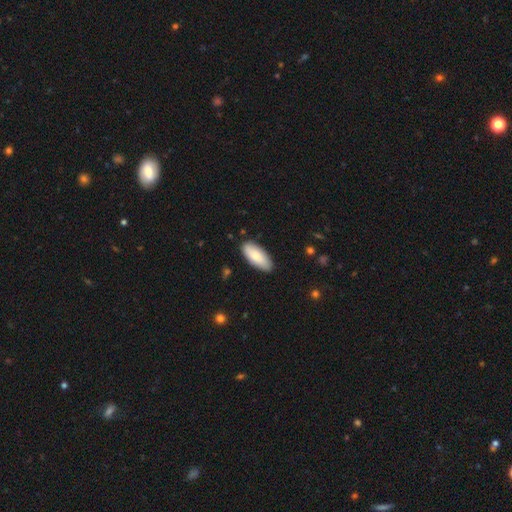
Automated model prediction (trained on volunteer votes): Smooth or featured?
  - smooth: 82% *
  - featured or disk: 13%
  - star or artifact: 5%
How rounded?
  - in between: 84% *
  - cigar-shaped: 14%
  - round: 2%
Merging?
  - none: 86% *
  - minor disturbance: 11%
  - major disturbance: 2%
  - merger: 1%